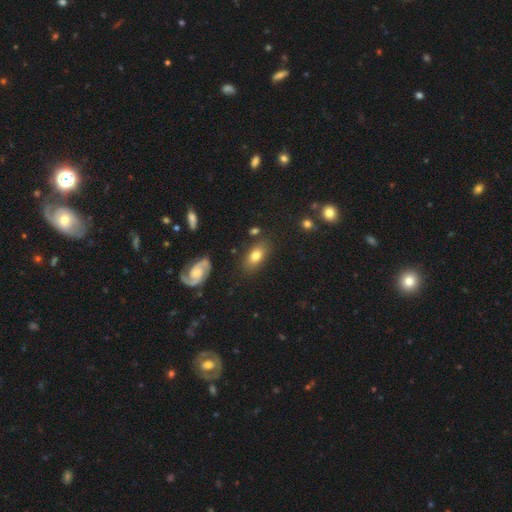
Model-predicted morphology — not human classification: This appears to be a smooth galaxy with no disk features (71%) that is in between round and cigar-shaped (87%). Merging: none (80%).